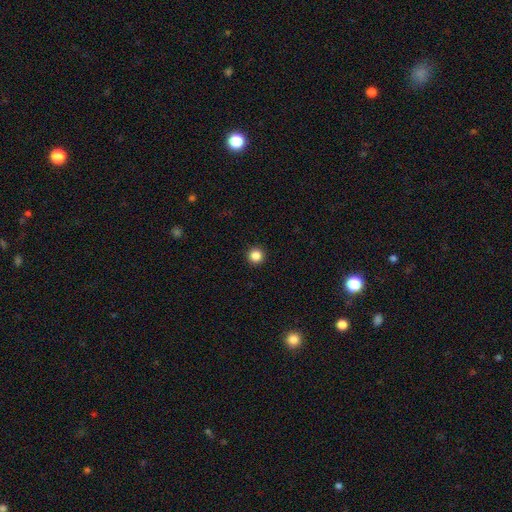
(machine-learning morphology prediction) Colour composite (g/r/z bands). It shows a smooth galaxy with no disk features (86%) that is round (96%). Merging: none (94%).